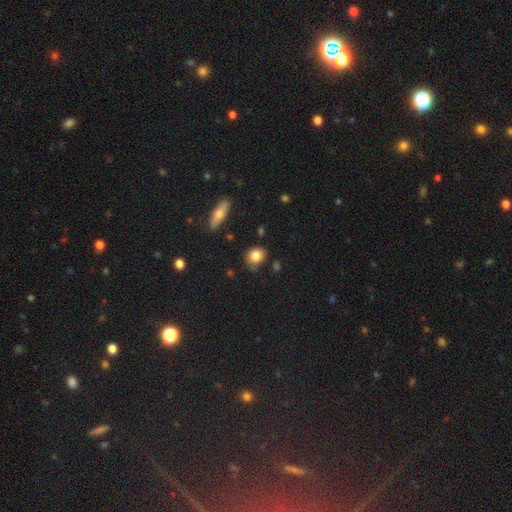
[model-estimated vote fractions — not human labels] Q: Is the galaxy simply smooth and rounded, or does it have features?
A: smooth — 82%.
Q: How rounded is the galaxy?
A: round — 64%.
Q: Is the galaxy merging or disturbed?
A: none — 67%.